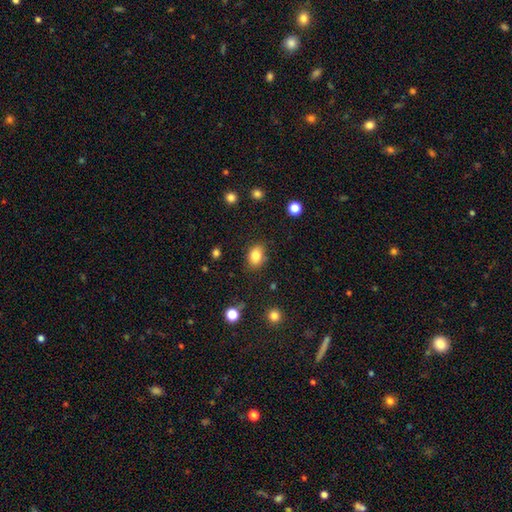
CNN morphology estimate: type=smooth (83%); roundness=in between (66%); merging=none (82%).